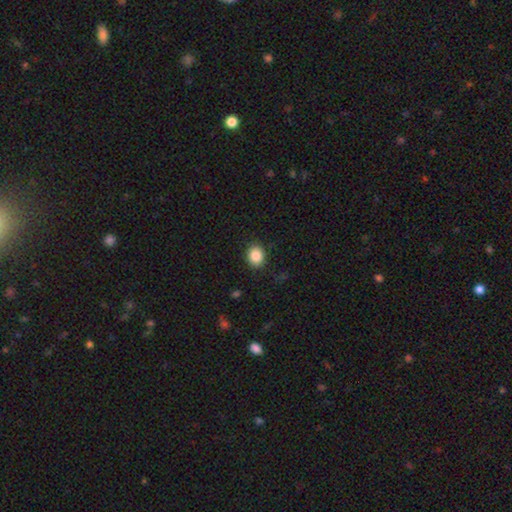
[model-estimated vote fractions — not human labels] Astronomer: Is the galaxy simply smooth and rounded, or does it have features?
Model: smooth — 86%.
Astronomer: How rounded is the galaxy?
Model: round — 58% (runner-up: in between, 42%).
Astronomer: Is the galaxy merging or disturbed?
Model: none — 87%.